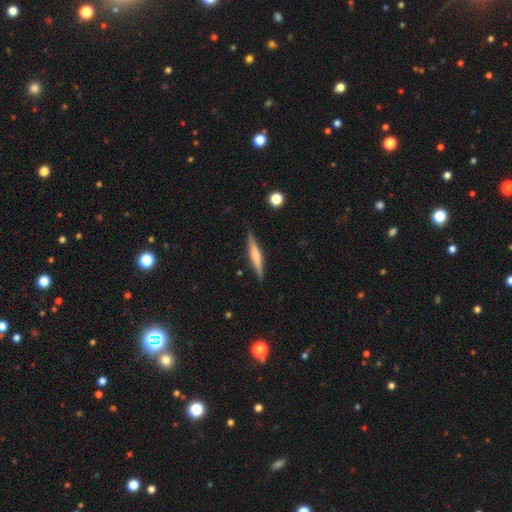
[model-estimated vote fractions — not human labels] A featured or disk galaxy (56%) viewed edge-on (97%) with a rounded central bulge (55%).

Vote fractions:
- Smooth or featured? featured or disk: 56% / smooth: 38% / star or artifact: 6%
- Edge-on disk? yes: 97% / no: 3%
- Edge-on bulge? rounded: 55% / boxy: 23% / none: 22%
- Merging? none: 89% / minor disturbance: 8% / major disturbance: 2% / merger: 1%